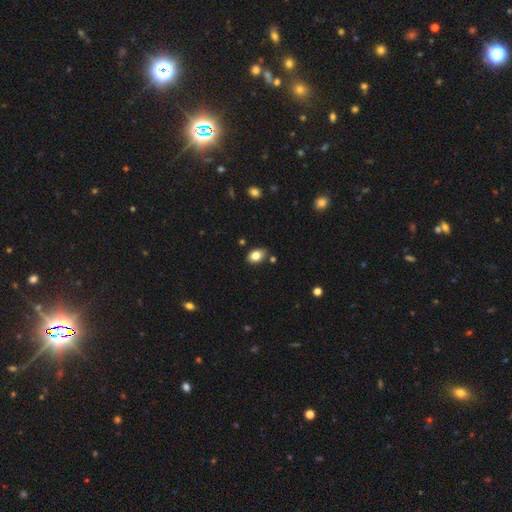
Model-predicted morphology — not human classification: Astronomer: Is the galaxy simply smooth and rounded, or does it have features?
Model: smooth — 82%.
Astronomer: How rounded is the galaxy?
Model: in between — 80%.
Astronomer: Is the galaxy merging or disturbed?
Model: none — 82%.